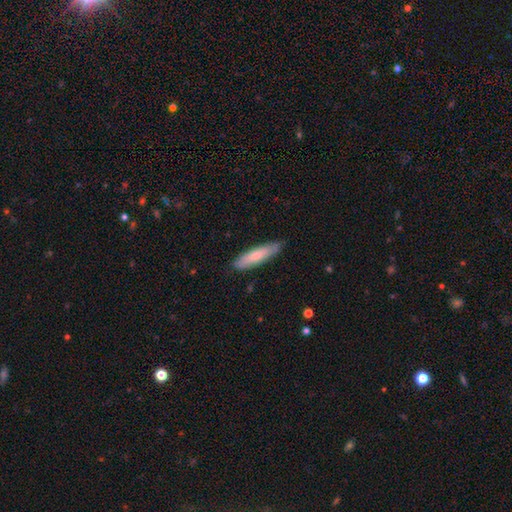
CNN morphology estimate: type=smooth (73%); roundness=cigar-shaped (77%); merging=none (84%).